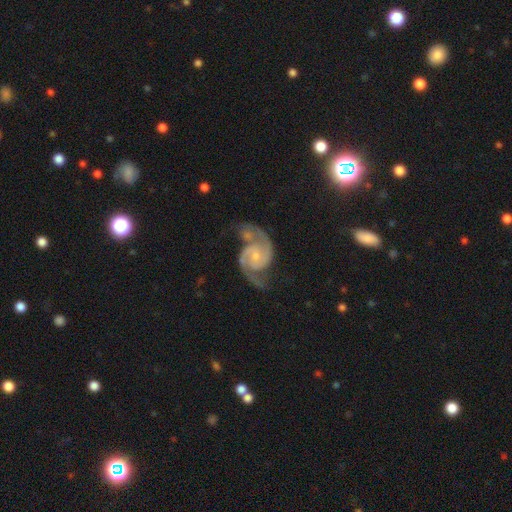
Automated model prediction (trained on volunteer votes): Morphology: type=featured or disk (92%); edge-on=no (98%); bar=no (61%); spiral arms=yes (98%); winding=medium (58%); arm count=2 (94%); bulge=small (64%); merging=none (60%).